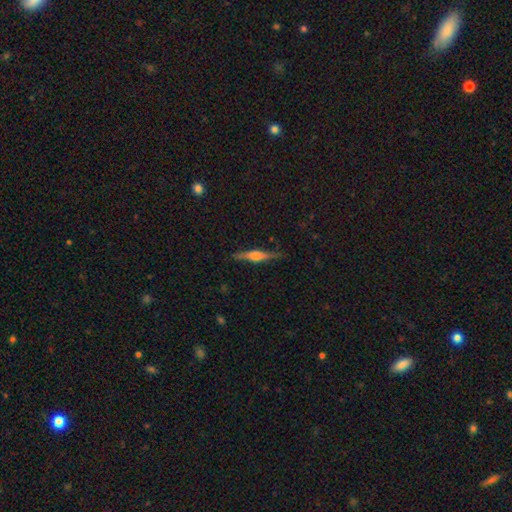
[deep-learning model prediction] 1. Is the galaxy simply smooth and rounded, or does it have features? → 65% featured or disk, 29% smooth, 7% star or artifact.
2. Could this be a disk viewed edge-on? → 97% yes, 3% no.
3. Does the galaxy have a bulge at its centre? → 74% rounded, 21% boxy, 5% none.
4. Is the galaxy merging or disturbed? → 86% none, 10% minor disturbance, 2% major disturbance, 1% merger.